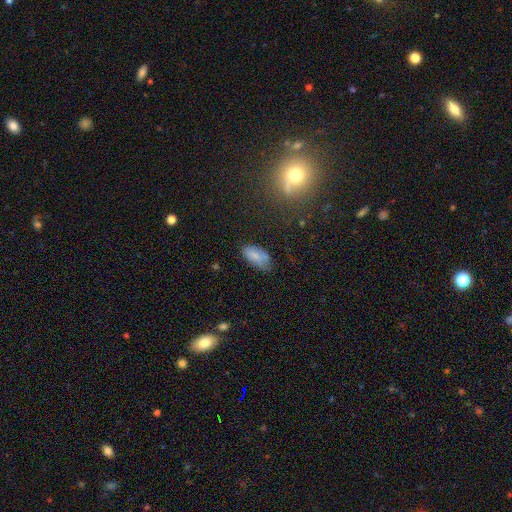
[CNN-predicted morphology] smooth 74%, featured or disk 16%, star or artifact 10%. Down the decision tree: how rounded — in between (93%); merging — none (67%).